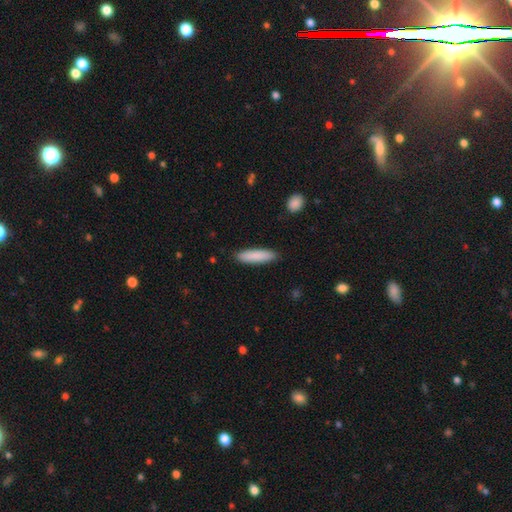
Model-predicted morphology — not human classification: This is clearly a smooth galaxy (87%). How rounded: likely cigar-shaped (75%). Merging: clearly none (90%).